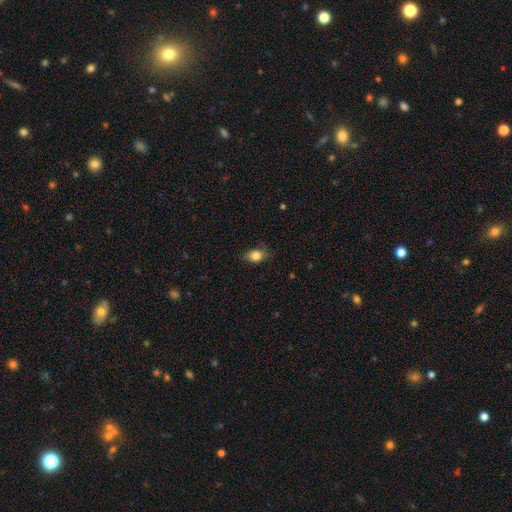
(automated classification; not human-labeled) Overall: smooth (81%). How rounded: in between (70%). Merging: none (64%; minor disturbance 28%).